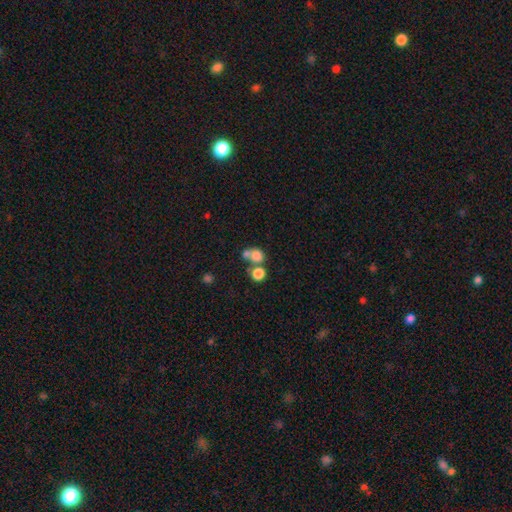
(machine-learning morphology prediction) smooth 75%, star or artifact 13%, featured or disk 12%. Down the decision tree: how rounded — round (72%); merging — merger (48%).